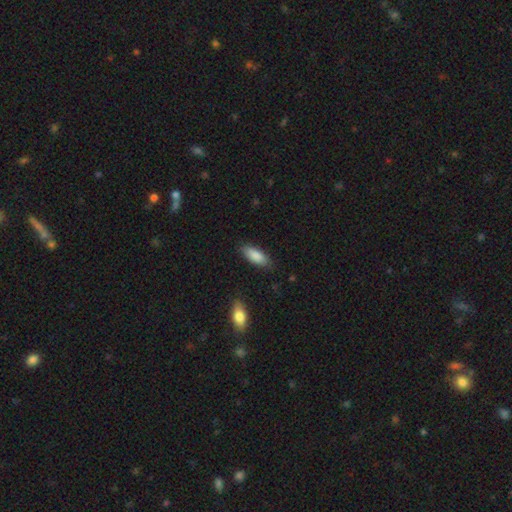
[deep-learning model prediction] Q: Smooth or featured?
A: smooth (85%); runner-up: featured or disk (9%)
Q: How rounded?
A: in between (77%); runner-up: cigar-shaped (21%)
Q: Merging?
A: none (82%); runner-up: minor disturbance (13%)